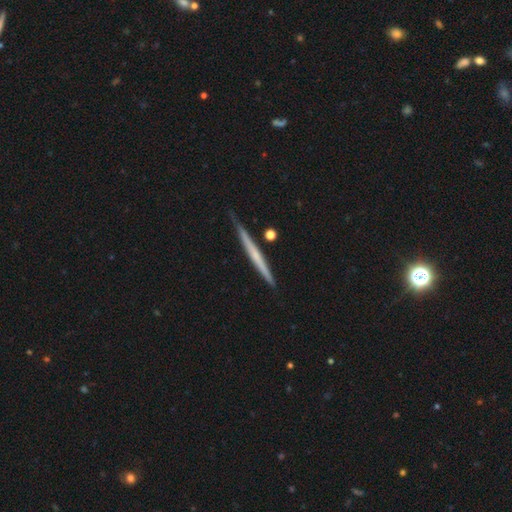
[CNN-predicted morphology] Overall: featured or disk (58%; smooth 36%). Edge-on disk: yes (97%). Edge-on bulge: none (74%). Merging: none (83%).